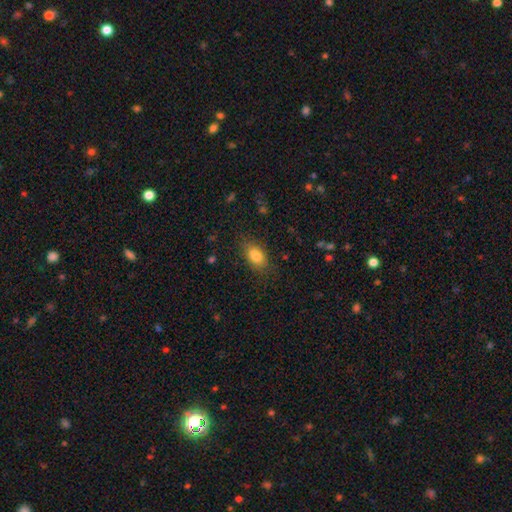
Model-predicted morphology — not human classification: Smooth or featured?
  - smooth: 83% *
  - featured or disk: 9%
  - star or artifact: 8%
How rounded?
  - in between: 87% *
  - round: 8%
  - cigar-shaped: 5%
Merging?
  - none: 77% *
  - minor disturbance: 16%
  - major disturbance: 5%
  - merger: 1%